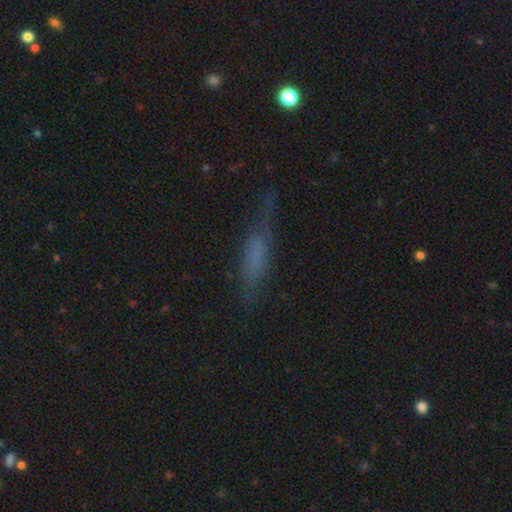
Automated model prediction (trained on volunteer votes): smooth_or_featured: smooth (p=0.50) [alt: featured or disk p=0.35]
how_rounded: cigar-shaped (p=0.68) [alt: in between p=0.28]
merging: none (p=0.64) [alt: minor disturbance p=0.24]